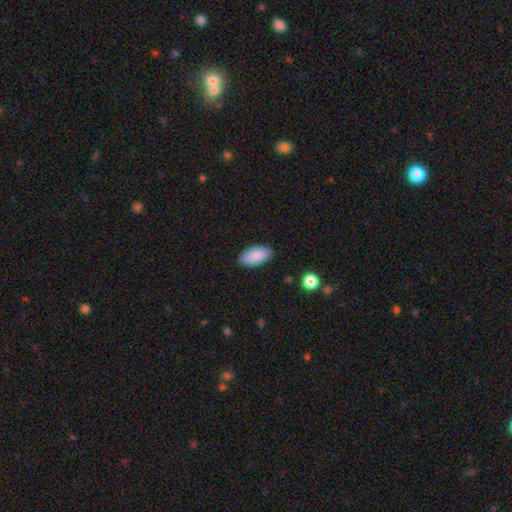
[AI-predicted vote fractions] smooth 89%, star or artifact 6%, featured or disk 5%. Down the decision tree: how rounded — in between (94%); merging — none (85%).